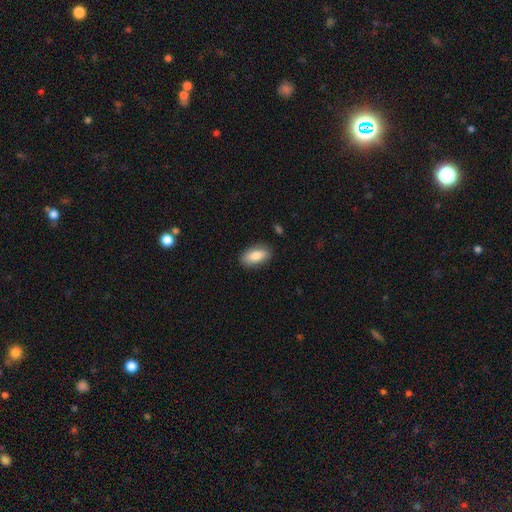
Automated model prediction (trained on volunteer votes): This appears to be a smooth galaxy with no disk features (83%) that is in between round and cigar-shaped (89%). Merging: none (84%).